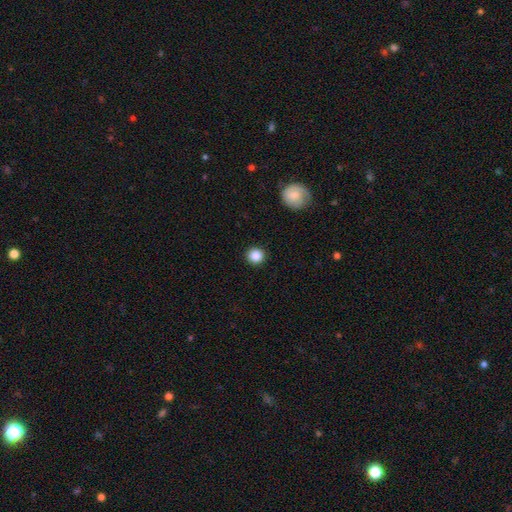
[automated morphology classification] smooth-or-featured: smooth: 86% | star or artifact: 10% | featured or disk: 4%
  how-rounded: round: 94% | in between: 5% | cigar-shaped: 1%
  merging: none: 92% | minor disturbance: 5% | major disturbance: 2% | merger: 1%